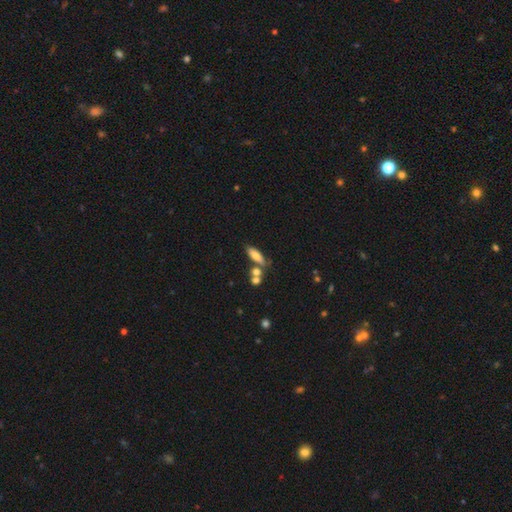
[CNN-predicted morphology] smooth 73%, featured or disk 18%, star or artifact 8%. Down the decision tree: how rounded — in between (52%); merging — none (59%).